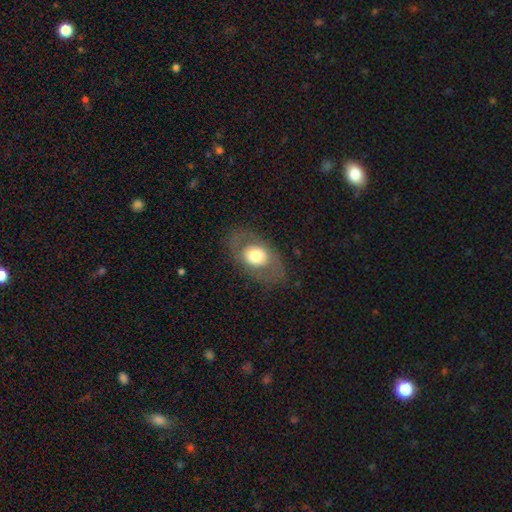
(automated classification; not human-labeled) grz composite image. It shows a smooth galaxy with no disk features (52%) that is in between round and cigar-shaped (70%). Merging: none (77%).